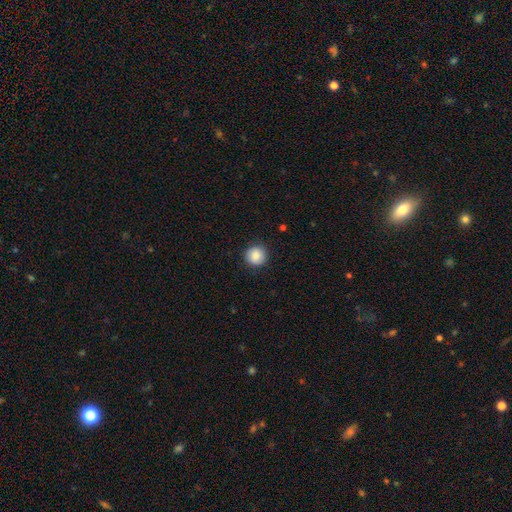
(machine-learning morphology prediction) The model was most divided on "smooth or featured": smooth: 84%, star or artifact: 9%, featured or disk: 7%. More confident: how rounded — round (95%); merging — none (90%).